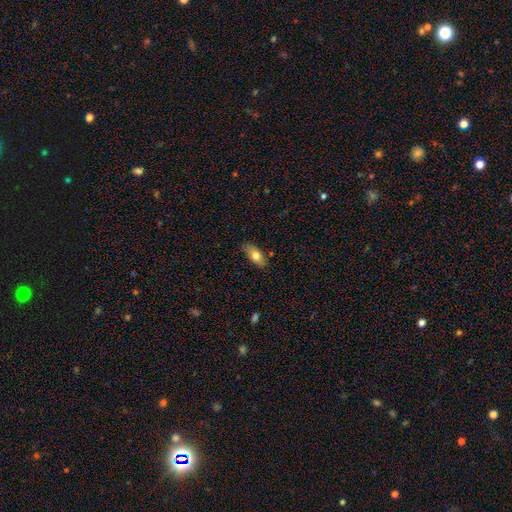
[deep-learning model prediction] This is likely a smooth galaxy (75%). How rounded: clearly in between (84%). Merging: clearly none (81%).